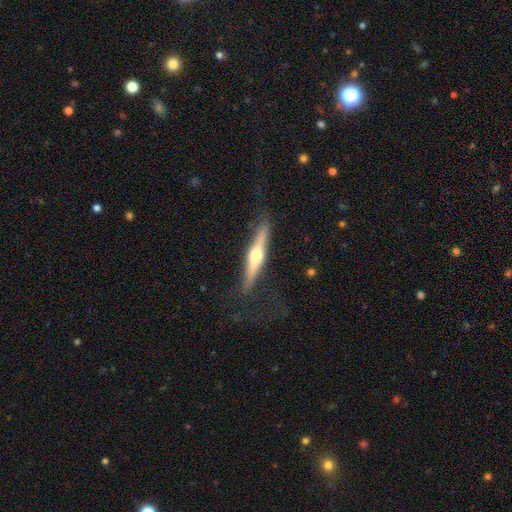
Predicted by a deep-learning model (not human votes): Smooth or featured? Predicted: featured or disk (p=0.68). Edge-on disk? Predicted: yes (p=0.97). Edge-on bulge? Predicted: rounded (p=0.91). Merging? Predicted: none (p=0.81).